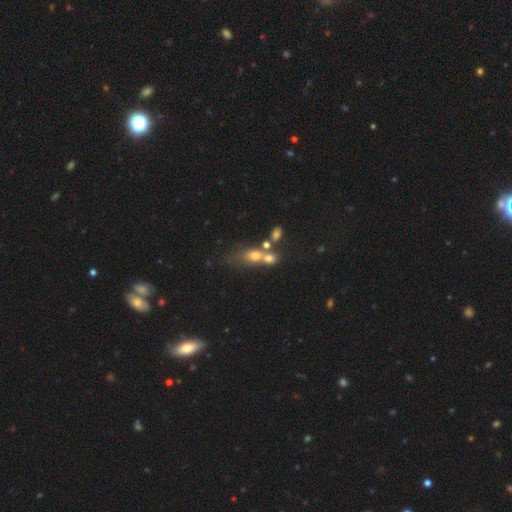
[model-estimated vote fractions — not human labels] A smooth galaxy with no disk features (57%) that is in between round and cigar-shaped (48%). Merging: merger (53%).